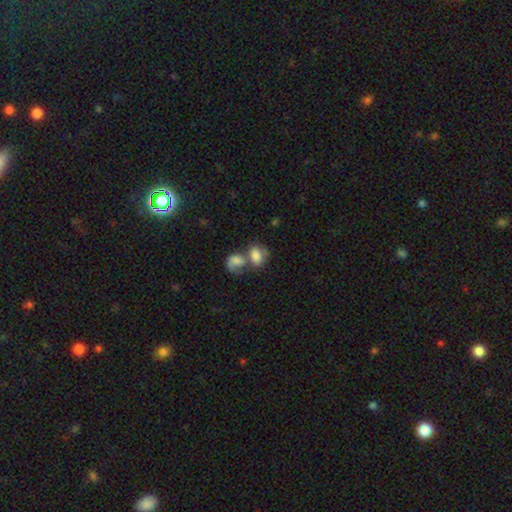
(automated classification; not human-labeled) smooth_or_featured: smooth (p=0.72) [alt: featured or disk p=0.19]
how_rounded: in between (p=0.76) [alt: round p=0.23]
merging: merger (p=0.63) [alt: none p=0.20]